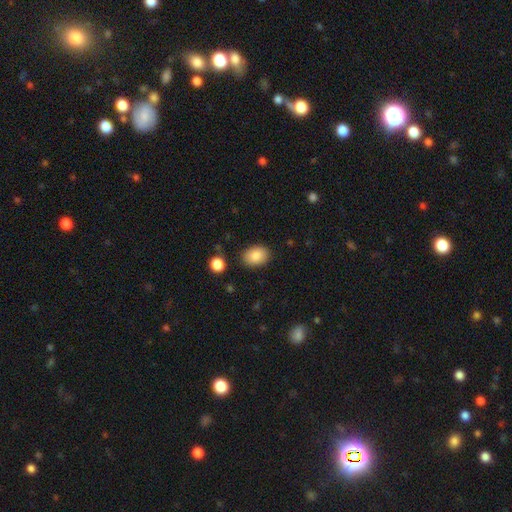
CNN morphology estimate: Smooth or featured? smooth (86%)
How rounded? in between (76%)
Merging? none (87%)